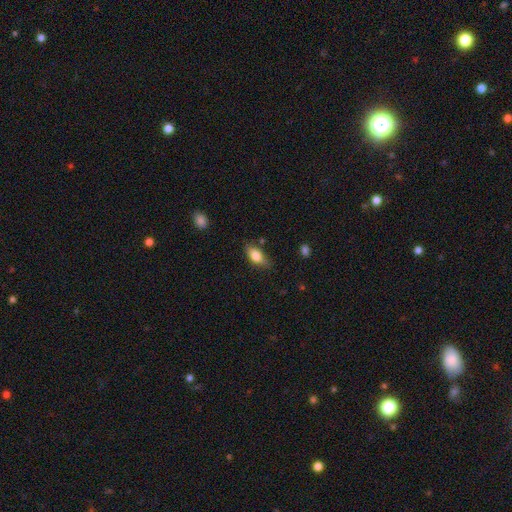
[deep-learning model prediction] This appears to be a smooth galaxy with no disk features (80%) that is in between round and cigar-shaped (86%). Merging: none (70%).